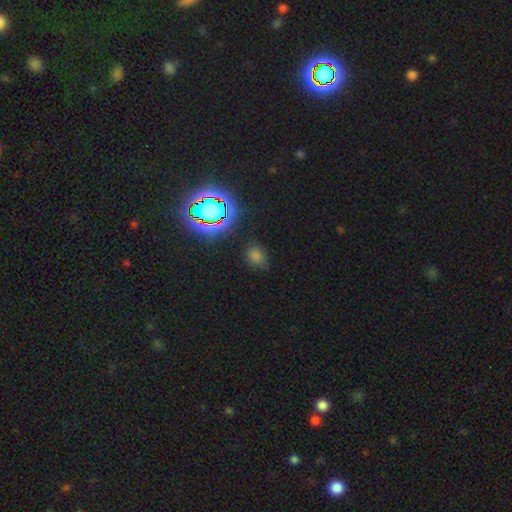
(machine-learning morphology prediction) This appears to be a smooth galaxy with no disk features (56%) that is round (52%). Merging: none (81%).